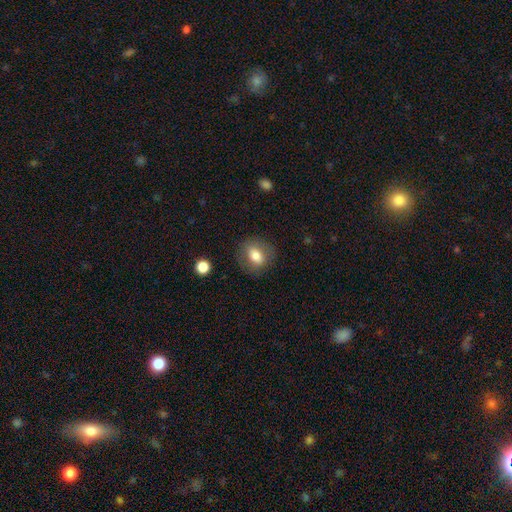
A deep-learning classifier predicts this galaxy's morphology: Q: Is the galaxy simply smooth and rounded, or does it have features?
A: smooth — 72%.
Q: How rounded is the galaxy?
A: round — 50%.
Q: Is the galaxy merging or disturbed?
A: none — 81%.